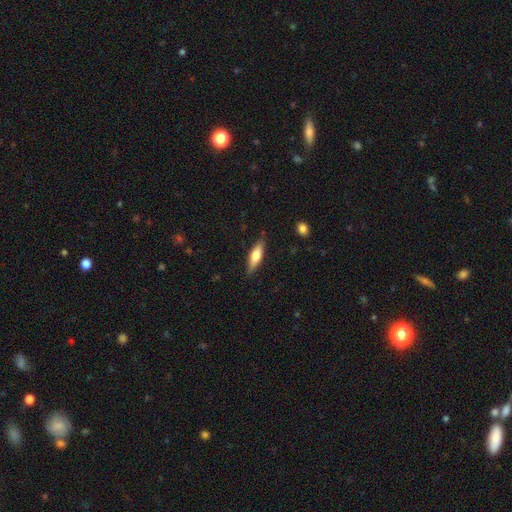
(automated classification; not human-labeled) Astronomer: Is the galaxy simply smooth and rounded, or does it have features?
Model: smooth — 59% (runner-up: featured or disk, 35%).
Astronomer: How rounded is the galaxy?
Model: cigar-shaped — 57% (runner-up: in between, 41%).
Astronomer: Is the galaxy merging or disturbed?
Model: none — 84%.